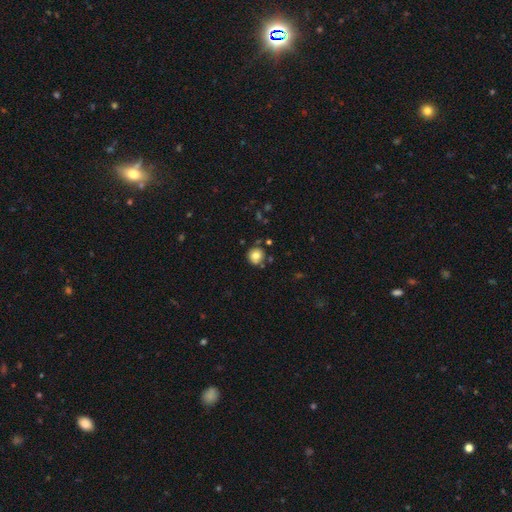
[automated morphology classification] smooth 78%, featured or disk 11%, star or artifact 11%. Down the decision tree: how rounded — round (92%); merging — none (80%).